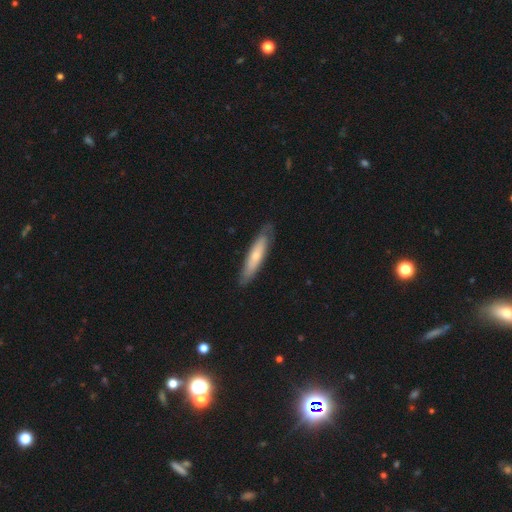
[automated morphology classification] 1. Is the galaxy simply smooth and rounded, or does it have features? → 59% smooth, 36% featured or disk, 5% star or artifact.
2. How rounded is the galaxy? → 82% cigar-shaped, 17% in between, 1% round.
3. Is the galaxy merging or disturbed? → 81% none, 15% minor disturbance, 3% major disturbance, 1% merger.